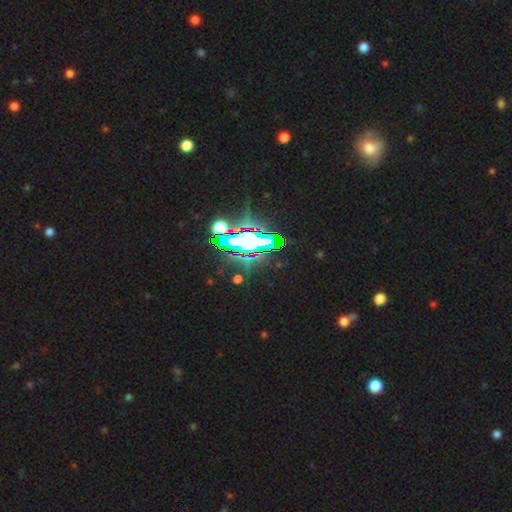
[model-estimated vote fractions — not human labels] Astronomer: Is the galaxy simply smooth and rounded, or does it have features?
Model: star or artifact — 70%.